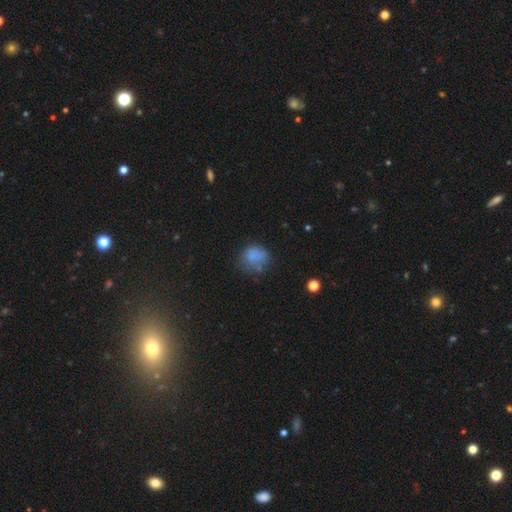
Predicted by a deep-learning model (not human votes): Smooth or featured?
  - smooth: 72% *
  - featured or disk: 16%
  - star or artifact: 12%
How rounded?
  - round: 73% *
  - in between: 27%
  - cigar-shaped: 1%
Merging?
  - none: 48% *
  - minor disturbance: 26%
  - major disturbance: 20%
  - merger: 6%